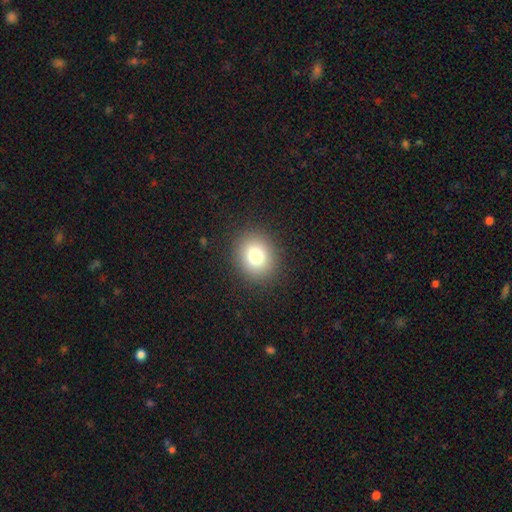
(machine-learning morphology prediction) smooth 80%, star or artifact 11%, featured or disk 9%. Down the decision tree: how rounded — round (66%); merging — none (90%).